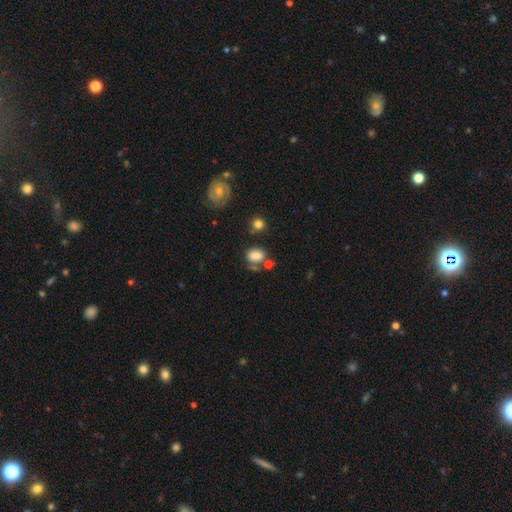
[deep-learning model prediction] smooth 79%, featured or disk 11%, star or artifact 10%. Down the decision tree: how rounded — in between (68%); merging — none (56%).